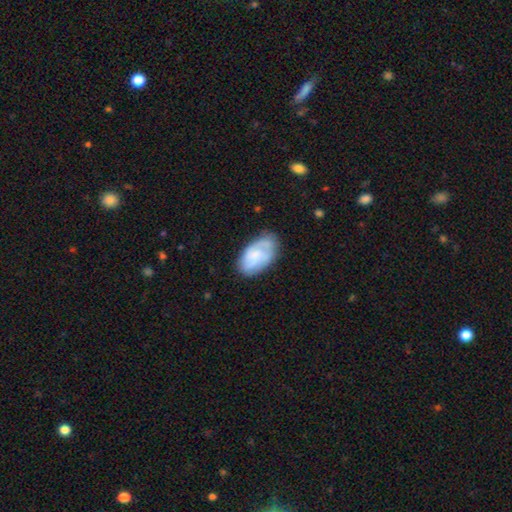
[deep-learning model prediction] smooth-or-featured: featured or disk: 49% | smooth: 44% | star or artifact: 7%
  merging: none: 67% | minor disturbance: 24% | major disturbance: 8% | merger: 2%